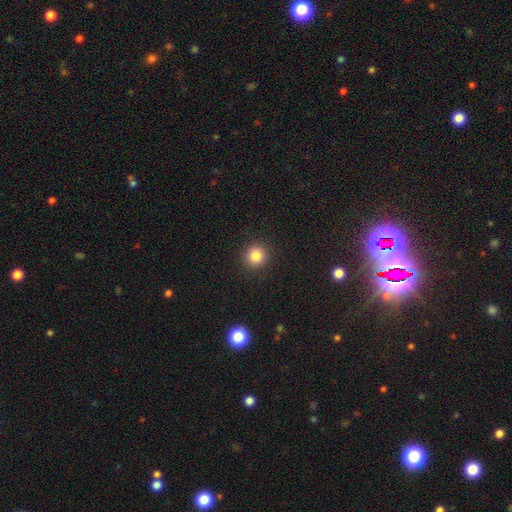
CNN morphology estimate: smooth-or-featured: smooth: 84% | star or artifact: 11% | featured or disk: 5%
  how-rounded: round: 92% | in between: 7% | cigar-shaped: 1%
  merging: none: 92% | minor disturbance: 5% | major disturbance: 2% | merger: 1%